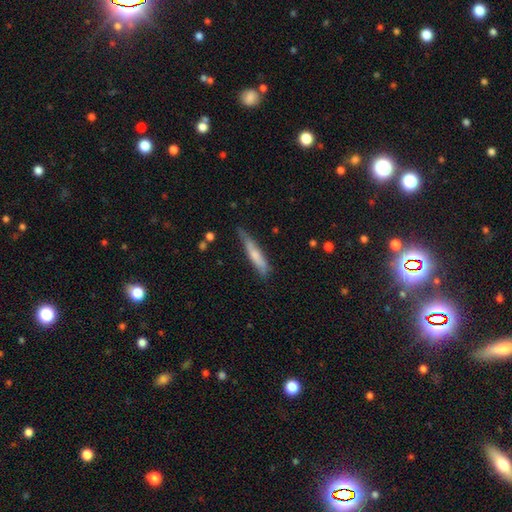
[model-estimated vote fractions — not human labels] Smooth or featured?
  - smooth: 65% *
  - featured or disk: 29%
  - star or artifact: 6%
How rounded?
  - cigar-shaped: 88% *
  - in between: 10%
  - round: 1%
Merging?
  - none: 60% *
  - minor disturbance: 30%
  - major disturbance: 7%
  - merger: 3%